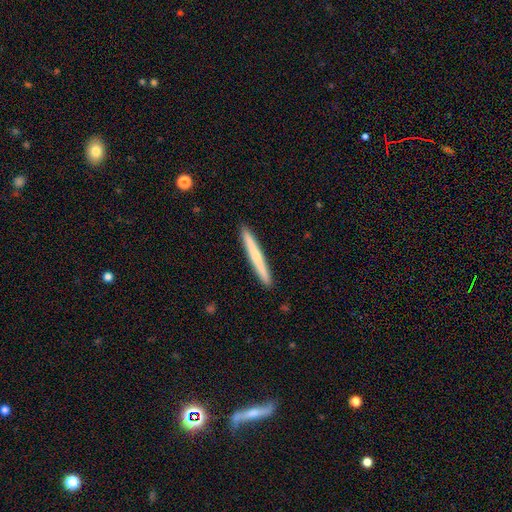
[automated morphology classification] smooth_or_featured: smooth (p=0.60) [alt: featured or disk p=0.35]
how_rounded: cigar-shaped (p=0.97) [alt: in between p=0.02]
merging: none (p=0.93) [alt: minor disturbance p=0.05]